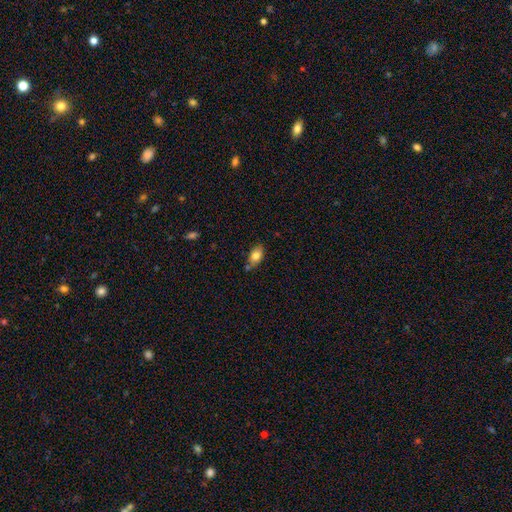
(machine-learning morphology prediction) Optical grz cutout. It shows a smooth galaxy with no disk features (80%) that is in between round and cigar-shaped (88%). Merging: none (70%).